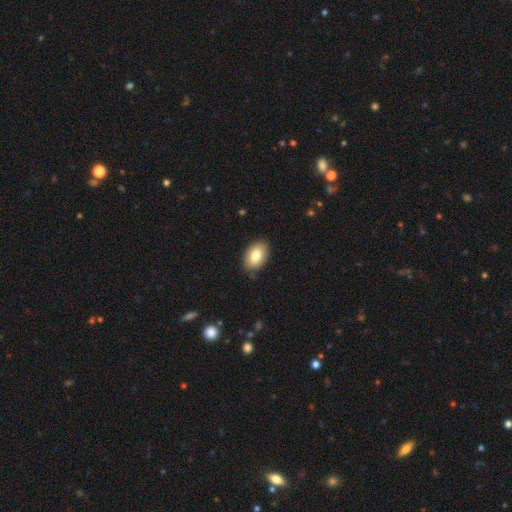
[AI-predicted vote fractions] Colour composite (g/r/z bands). It shows a smooth galaxy with no disk features (82%) that is in between round and cigar-shaped (90%). Merging: none (87%).